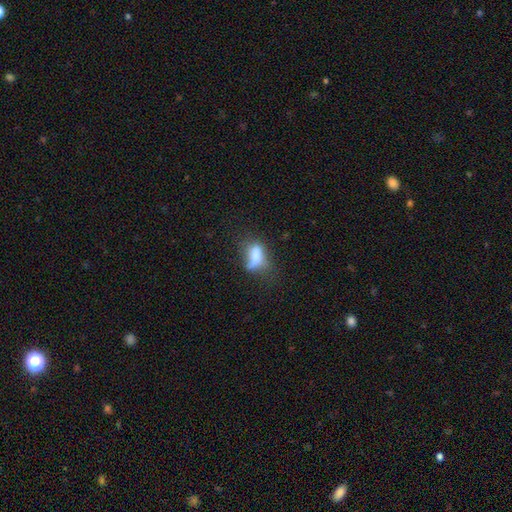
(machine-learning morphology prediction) This is likely a smooth galaxy (65%). How rounded: likely in between (74%). Merging: marginally major disturbance (32%).